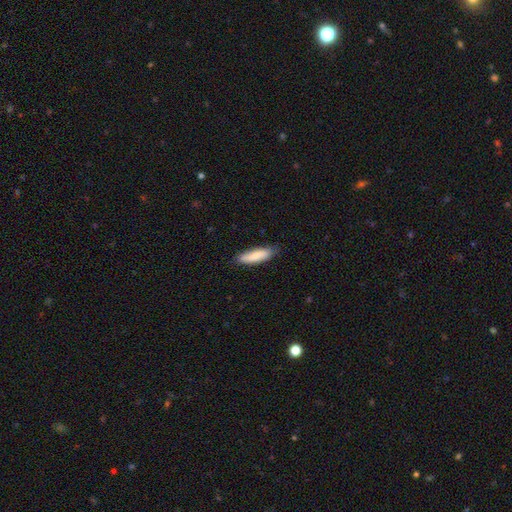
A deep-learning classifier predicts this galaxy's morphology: Overall: smooth (81%). How rounded: cigar-shaped (56%; in between 42%). Merging: none (80%).